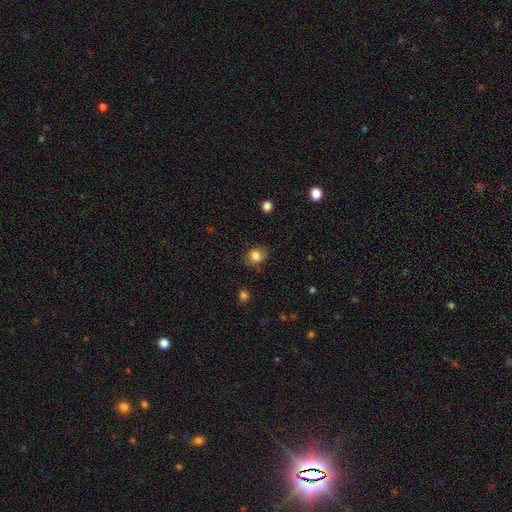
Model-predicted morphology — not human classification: This appears to be a smooth galaxy with no disk features (84%) that is round (70%). Merging: none (80%).